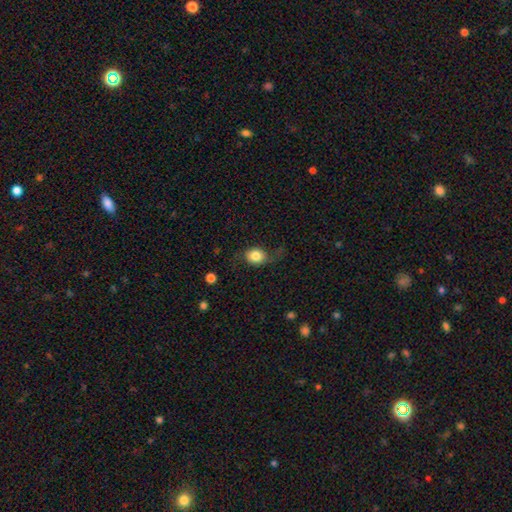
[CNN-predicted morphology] Smooth or featured?
  - smooth: 78% *
  - featured or disk: 13%
  - star or artifact: 8%
How rounded?
  - round: 53% *
  - in between: 45%
  - cigar-shaped: 1%
Merging?
  - none: 56% *
  - minor disturbance: 25%
  - major disturbance: 17%
  - merger: 2%